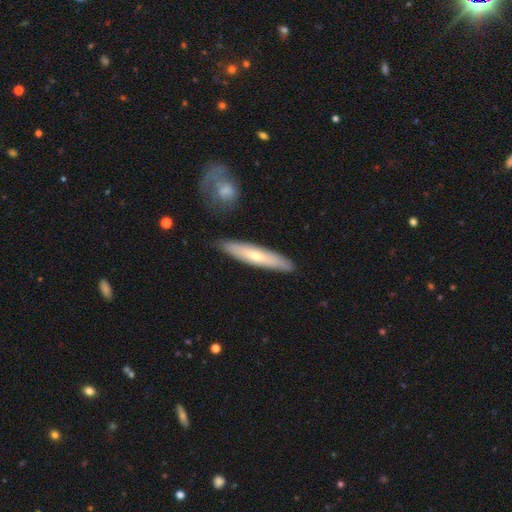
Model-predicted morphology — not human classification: Smooth or featured?
  - smooth: 53% *
  - featured or disk: 41%
  - star or artifact: 6%
How rounded?
  - cigar-shaped: 86% *
  - in between: 12%
  - round: 2%
Merging?
  - none: 86% *
  - minor disturbance: 9%
  - merger: 2%
  - major disturbance: 2%